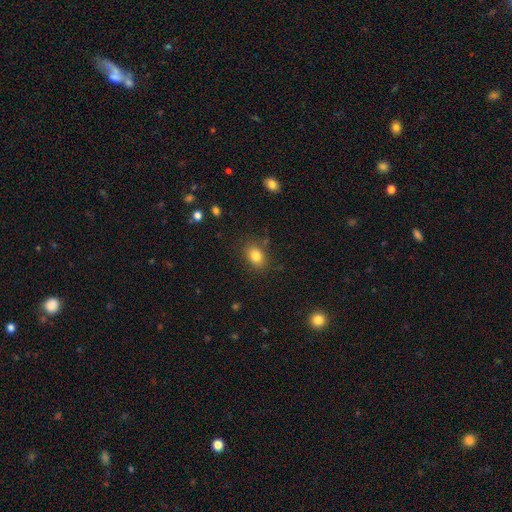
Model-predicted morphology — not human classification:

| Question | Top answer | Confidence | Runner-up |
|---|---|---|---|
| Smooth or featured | smooth | 82% | star or artifact (11%) |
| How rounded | in between | 64% | round (34%) |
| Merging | none | 82% | minor disturbance (12%) |